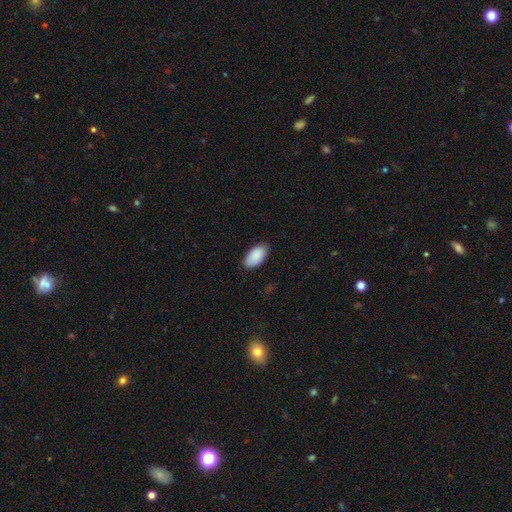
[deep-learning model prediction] smooth 90%, star or artifact 6%, featured or disk 5%. Down the decision tree: how rounded — in between (96%); merging — none (84%).